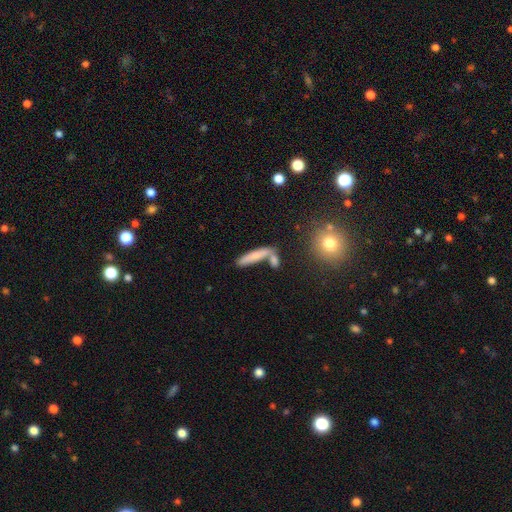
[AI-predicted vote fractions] A smooth galaxy with no disk features (70%) that is cigar-shaped (80%). Merging: none (57%).